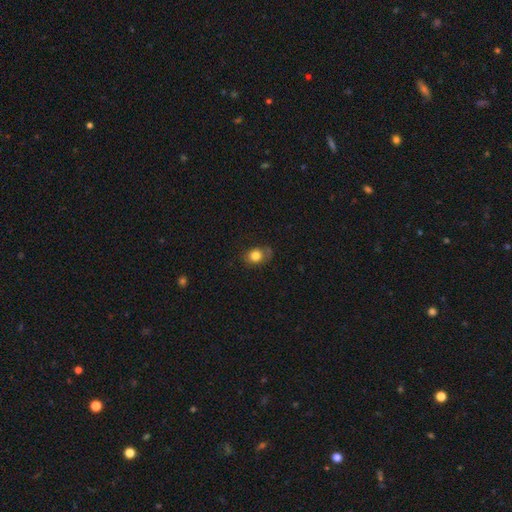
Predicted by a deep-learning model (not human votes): This is likely a smooth galaxy (80%). How rounded: possibly round (50%). Merging: likely none (64%).